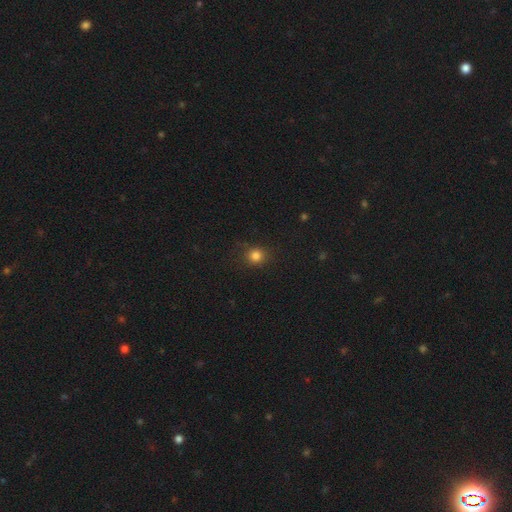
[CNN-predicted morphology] A smooth galaxy with no disk features (82%) that is round (85%). Merging: none (86%).